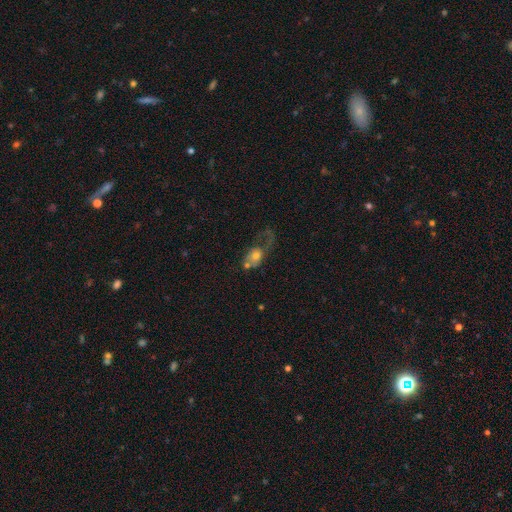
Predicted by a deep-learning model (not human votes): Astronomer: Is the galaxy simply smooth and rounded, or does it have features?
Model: smooth — 53% (runner-up: featured or disk, 37%).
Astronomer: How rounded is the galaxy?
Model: in between — 57% (runner-up: round, 40%).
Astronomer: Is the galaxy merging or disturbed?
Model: major disturbance — 45% (runner-up: none, 21%).